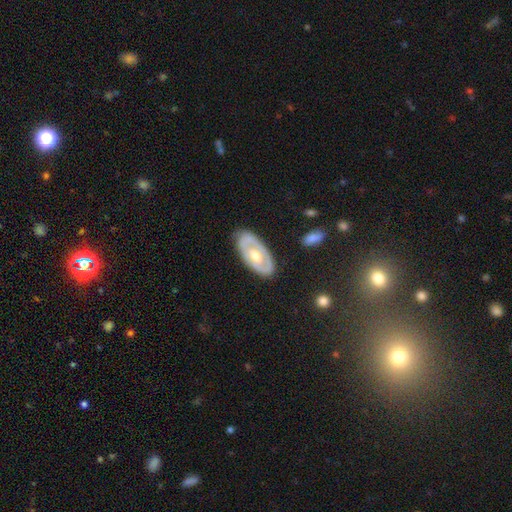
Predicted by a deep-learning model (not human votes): Smooth or featured? Predicted: featured or disk (p=0.66). Edge-on disk? Predicted: no (p=0.88). Bar? Predicted: no (p=0.72). Spiral arms? Predicted: no (p=0.70). Bulge size? Predicted: moderate (p=0.73). Merging? Predicted: none (p=0.79).